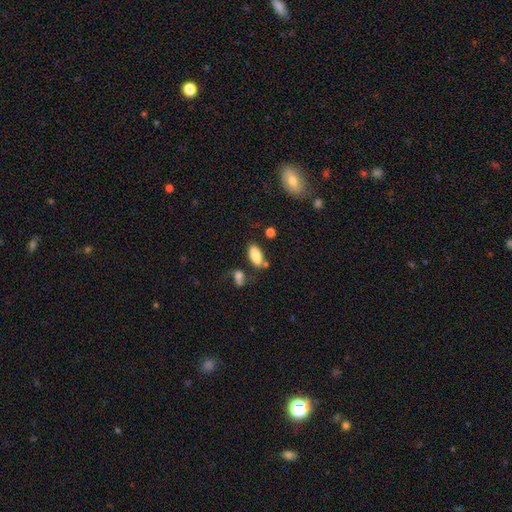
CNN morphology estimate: type=smooth (84%); roundness=in between (91%); merging=none (65%).